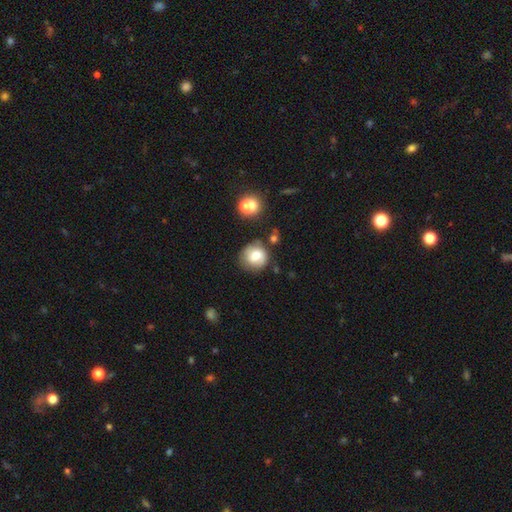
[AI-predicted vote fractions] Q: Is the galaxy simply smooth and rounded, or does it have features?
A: smooth — 72%.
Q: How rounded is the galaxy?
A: round — 88%.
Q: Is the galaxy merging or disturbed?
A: none — 71%.